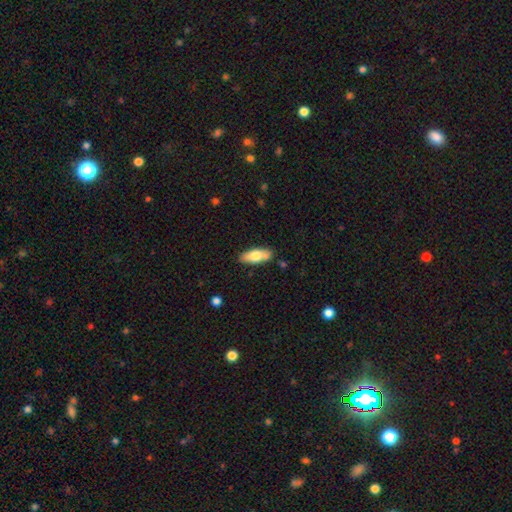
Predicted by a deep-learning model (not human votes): A smooth galaxy with no disk features (70%) that is in between round and cigar-shaped (75%). Merging: none (80%).